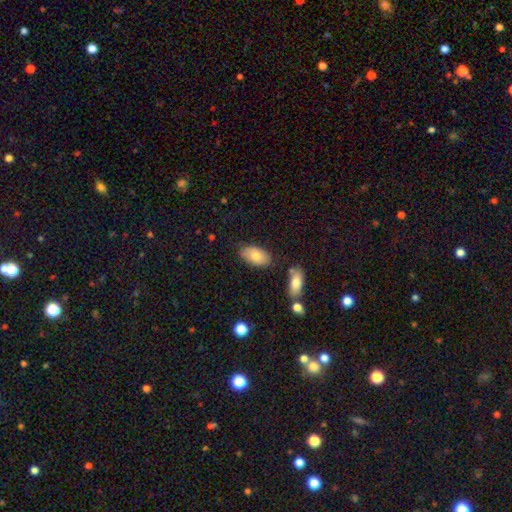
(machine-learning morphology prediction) This appears to be a smooth galaxy with no disk features (78%) that is in between round and cigar-shaped (94%). Merging: none (75%).